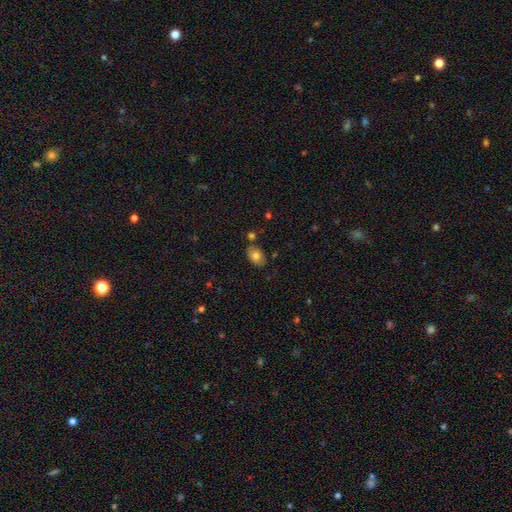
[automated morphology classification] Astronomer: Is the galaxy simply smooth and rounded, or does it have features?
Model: smooth — 80%.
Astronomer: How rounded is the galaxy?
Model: in between — 86%.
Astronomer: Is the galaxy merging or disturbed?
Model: none — 74%.